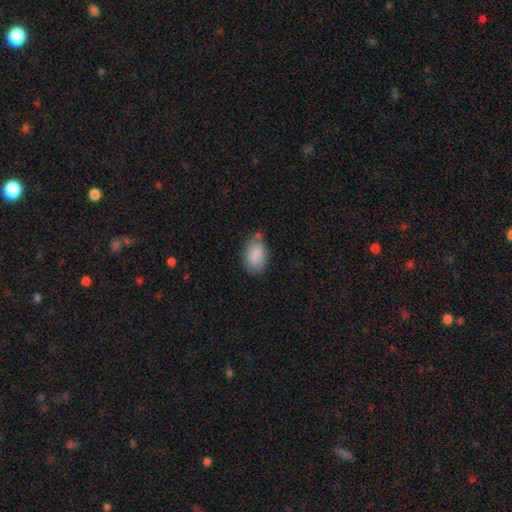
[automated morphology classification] smooth-or-featured: smooth: 85% | featured or disk: 8% | star or artifact: 7%
  how-rounded: in between: 89% | round: 9% | cigar-shaped: 2%
  merging: none: 55% | minor disturbance: 32% | major disturbance: 7% | merger: 6%